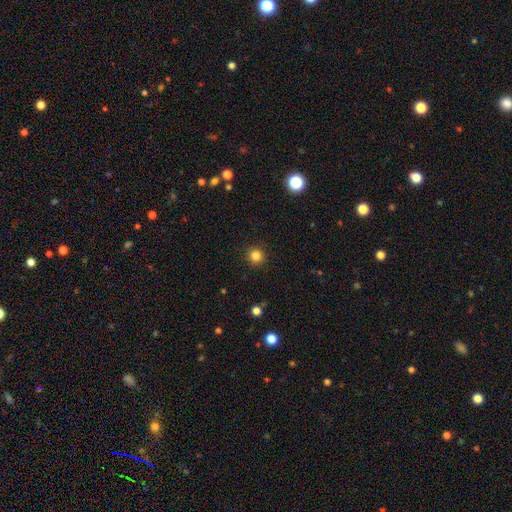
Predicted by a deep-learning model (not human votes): smooth 83%, star or artifact 13%, featured or disk 5%. Down the decision tree: how rounded — round (94%); merging — none (91%).